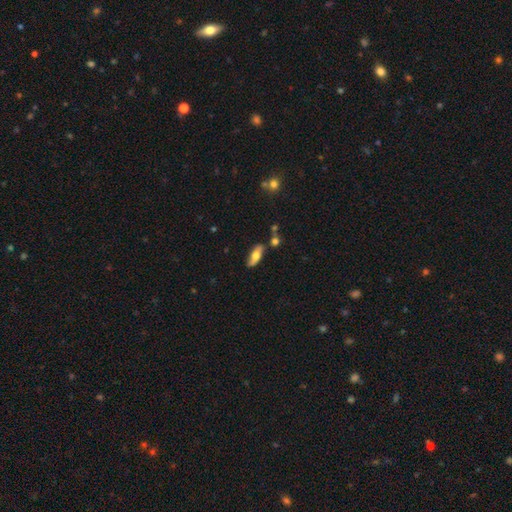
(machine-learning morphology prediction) Smooth or featured?
  - smooth: 51% *
  - featured or disk: 42%
  - star or artifact: 7%
How rounded?
  - in between: 66% *
  - cigar-shaped: 30%
  - round: 4%
Merging?
  - none: 71% *
  - minor disturbance: 16%
  - merger: 8%
  - major disturbance: 4%